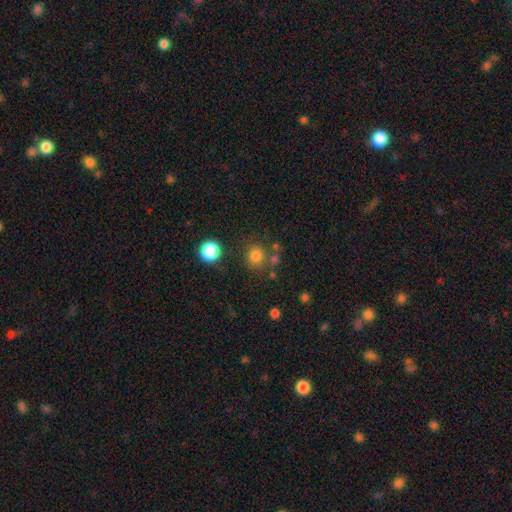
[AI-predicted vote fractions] smooth_or_featured: smooth (p=0.78) [alt: star or artifact p=0.15]
how_rounded: round (p=0.87) [alt: in between p=0.12]
merging: none (p=0.75) [alt: merger p=0.10]